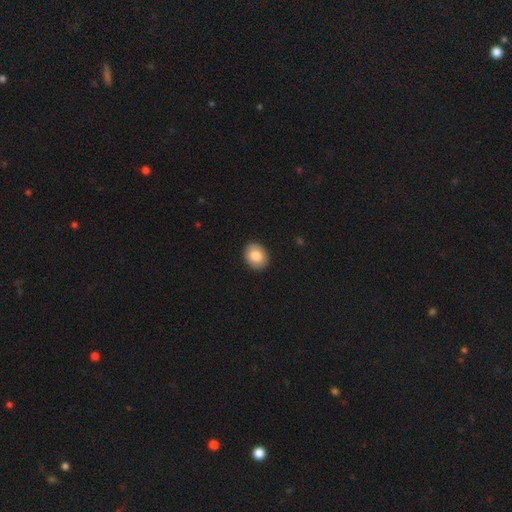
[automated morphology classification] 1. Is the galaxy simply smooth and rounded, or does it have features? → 82% smooth, 11% featured or disk, 7% star or artifact.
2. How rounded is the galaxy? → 52% round, 47% in between, 1% cigar-shaped.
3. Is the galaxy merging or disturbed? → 91% none, 6% minor disturbance, 2% major disturbance, 1% merger.